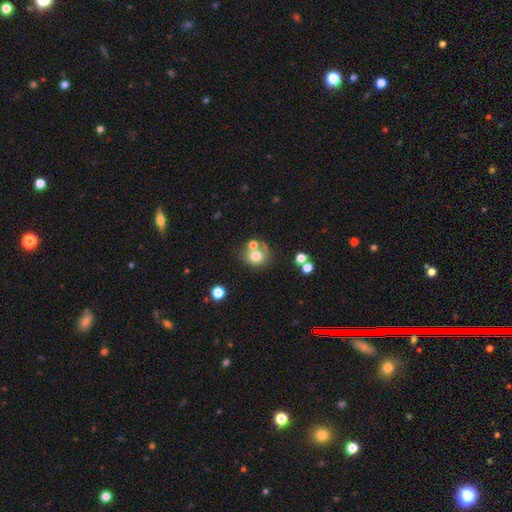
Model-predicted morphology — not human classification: Q: Smooth or featured?
A: smooth (73%); runner-up: featured or disk (15%)
Q: How rounded?
A: round (79%); runner-up: in between (21%)
Q: Merging?
A: none (52%); runner-up: merger (28%)